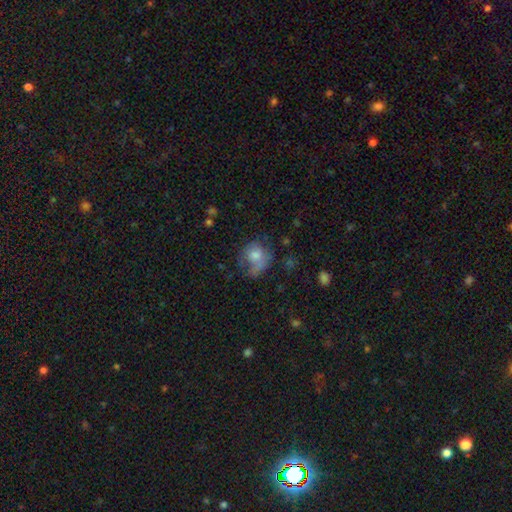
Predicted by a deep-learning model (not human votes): A smooth galaxy with no disk features (64%) that is round (64%). Merging: none (38%).